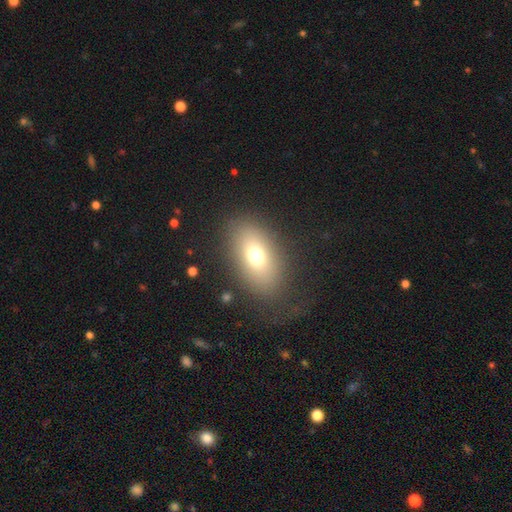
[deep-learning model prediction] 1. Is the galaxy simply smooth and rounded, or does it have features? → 71% smooth, 17% featured or disk, 12% star or artifact.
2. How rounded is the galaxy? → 84% in between, 13% round, 3% cigar-shaped.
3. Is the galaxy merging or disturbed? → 76% none, 13% minor disturbance, 10% major disturbance, 2% merger.